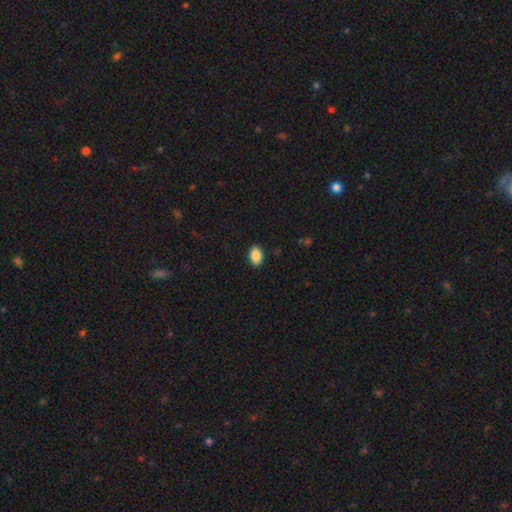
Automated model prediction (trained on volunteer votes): Morphology: type=smooth (89%); roundness=in between (86%); merging=none (89%).